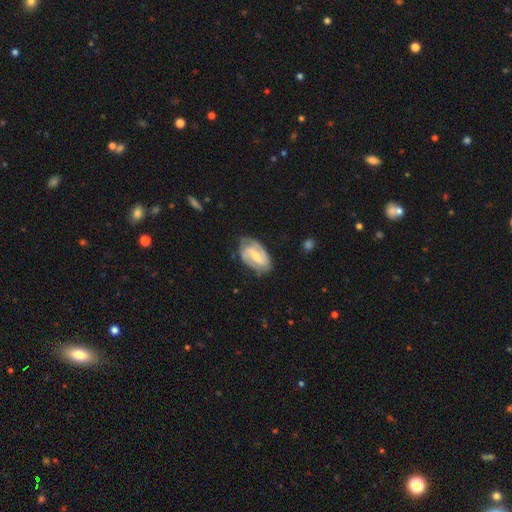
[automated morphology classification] smooth_or_featured: featured or disk (p=0.81) [alt: smooth p=0.15]
disk_edge_on: no (p=0.97) [alt: yes p=0.03]
bar: weak (p=0.49) [alt: strong p=0.33]
has_spiral_arms: yes (p=0.94) [alt: no p=0.06]
spiral_winding: medium (p=0.47) [alt: tight p=0.36]
spiral_arm_count: 2 (p=0.86) [alt: can't tell p=0.07]
bulge_size: small (p=0.46) [alt: moderate p=0.42]
merging: none (p=0.72) [alt: minor disturbance p=0.20]